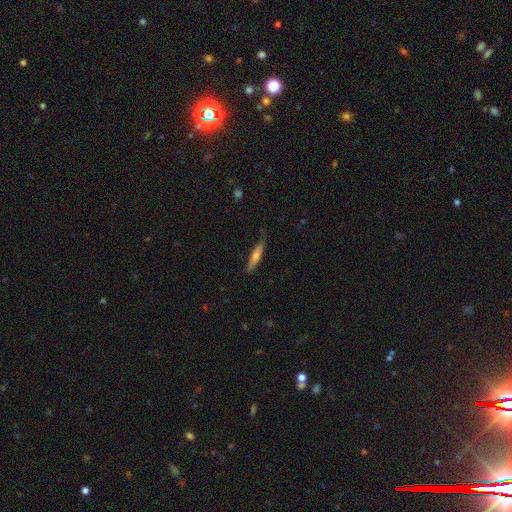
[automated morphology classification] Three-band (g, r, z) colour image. It shows a featured or disk galaxy (48%). Merging: none (84%).